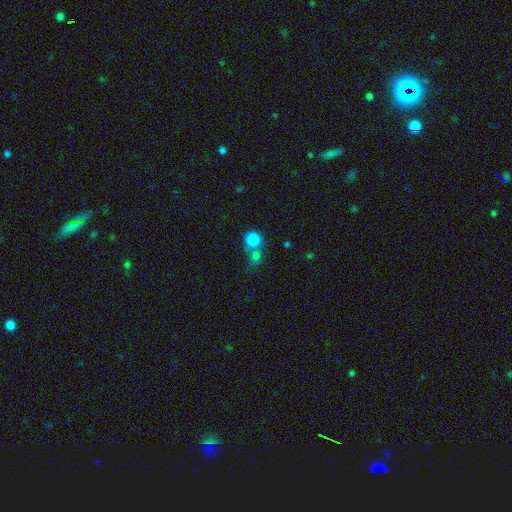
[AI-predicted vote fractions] smooth_or_featured: smooth (p=0.78) [alt: star or artifact p=0.13]
how_rounded: round (p=0.84) [alt: in between p=0.15]
merging: none (p=0.46) [alt: merger p=0.40]